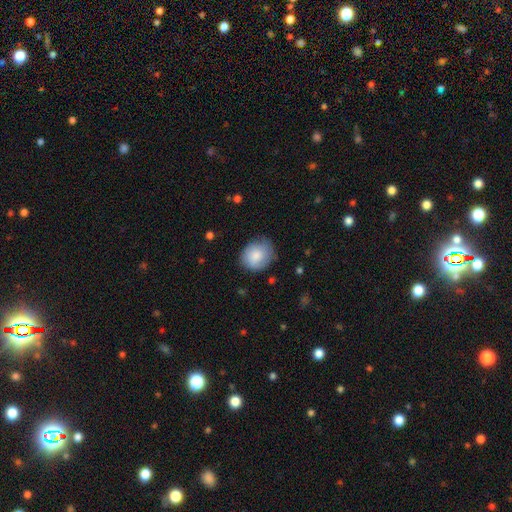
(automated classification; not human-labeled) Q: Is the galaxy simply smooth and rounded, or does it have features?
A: smooth — 81%.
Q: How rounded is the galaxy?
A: round — 69%.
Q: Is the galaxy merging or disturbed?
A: none — 72%.